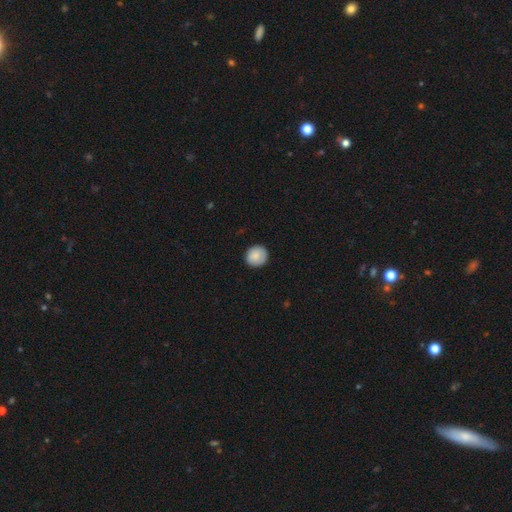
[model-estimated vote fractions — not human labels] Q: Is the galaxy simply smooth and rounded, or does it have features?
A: smooth — 85%.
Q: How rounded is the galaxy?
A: round — 91%.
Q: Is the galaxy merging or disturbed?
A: none — 88%.